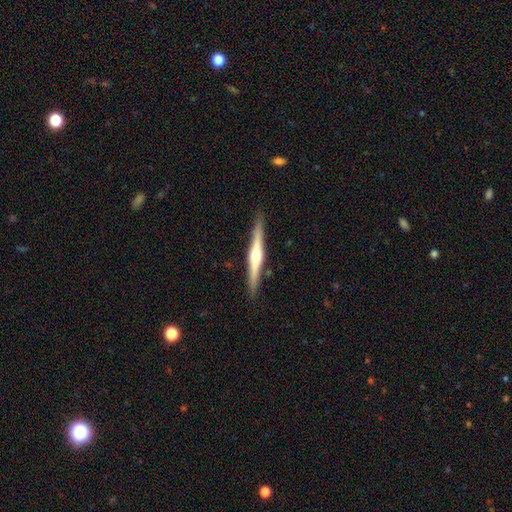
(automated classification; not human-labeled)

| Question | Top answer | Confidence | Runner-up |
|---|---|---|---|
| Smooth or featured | featured or disk | 75% | smooth (20%) |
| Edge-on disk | yes | 98% | no (2%) |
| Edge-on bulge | rounded | 89% | none (6%) |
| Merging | none | 90% | minor disturbance (7%) |